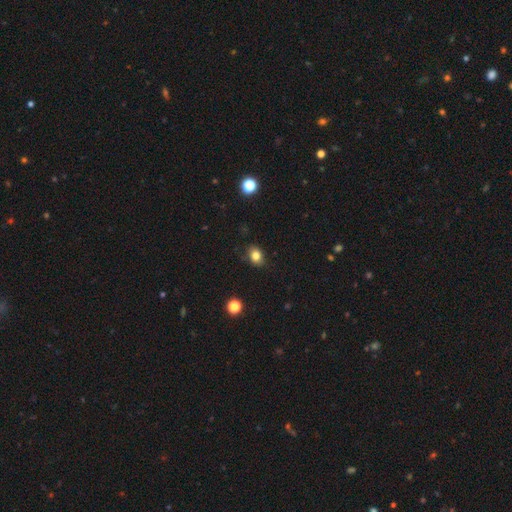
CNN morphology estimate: A smooth galaxy with no disk features (82%) that is in between round and cigar-shaped (63%). Merging: none (83%).